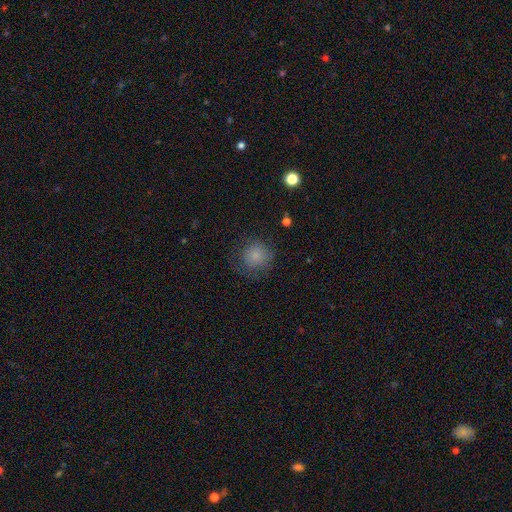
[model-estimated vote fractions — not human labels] Smooth or featured: smooth — 80% (star or artifact — 11%)
How rounded: round — 91% (in between — 8%)
Merging: none — 72% (minor disturbance — 18%)